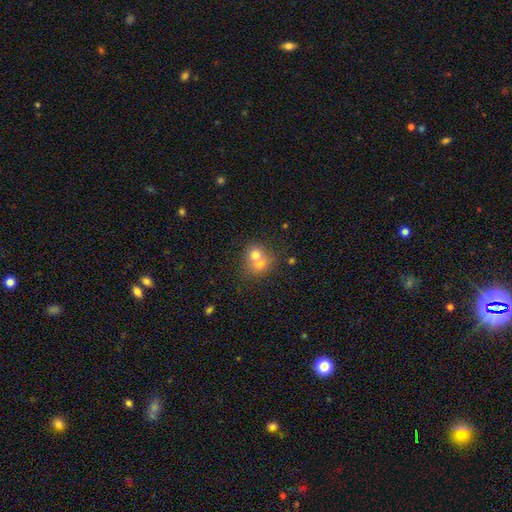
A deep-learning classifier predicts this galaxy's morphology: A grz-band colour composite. It shows a smooth galaxy with no disk features (67%) that is round (73%). Merging: merger (67%).